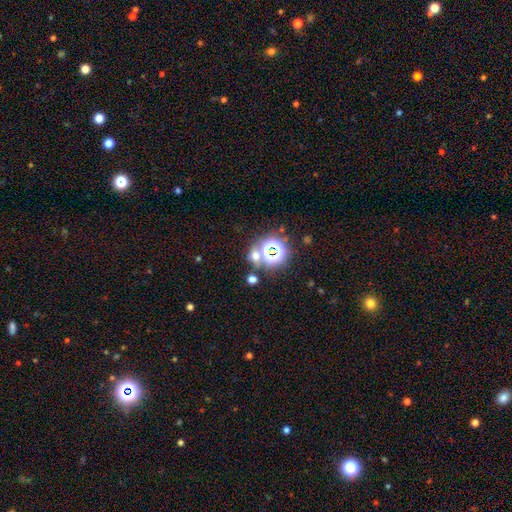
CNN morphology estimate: This is possibly a star or artifact rather than a galaxy (45%, tied with smooth).